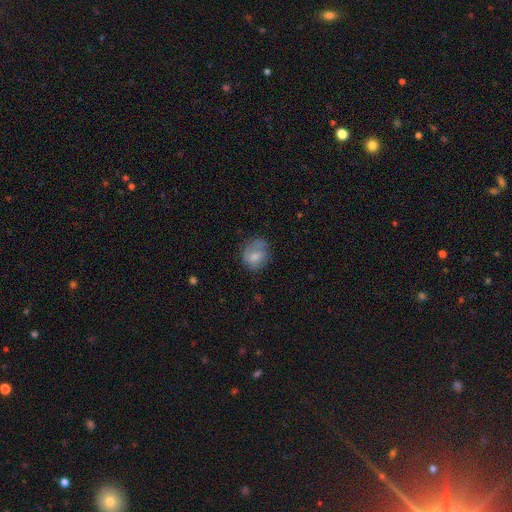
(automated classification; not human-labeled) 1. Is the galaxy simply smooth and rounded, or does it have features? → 70% smooth, 22% featured or disk, 8% star or artifact.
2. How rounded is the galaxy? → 64% round, 35% in between, 1% cigar-shaped.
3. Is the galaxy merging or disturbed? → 59% none, 25% minor disturbance, 13% major disturbance, 2% merger.